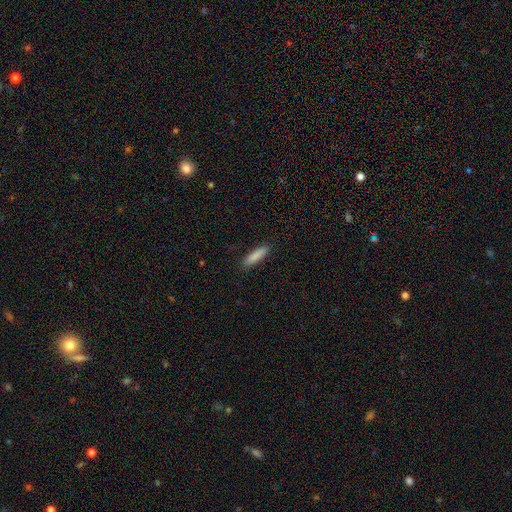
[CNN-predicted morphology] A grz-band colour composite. It shows a smooth galaxy with no disk features (87%) that is cigar-shaped (79%). Merging: none (90%).